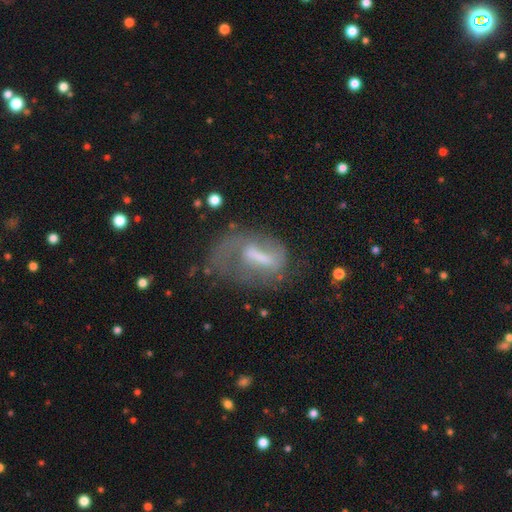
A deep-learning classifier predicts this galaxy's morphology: type=featured or disk (58%); edge-on=no (91%); bar=strong (48%); spiral arms=yes (52%); bulge=moderate (33%); merging=none (37%, tied with major disturbance).